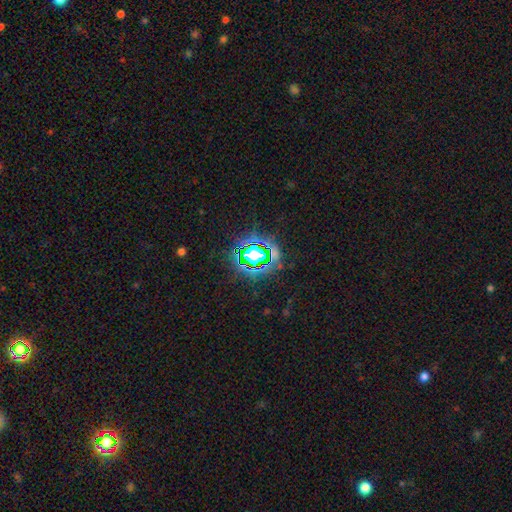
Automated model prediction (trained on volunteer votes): star or artifact 72%, smooth 17%, featured or disk 11%.